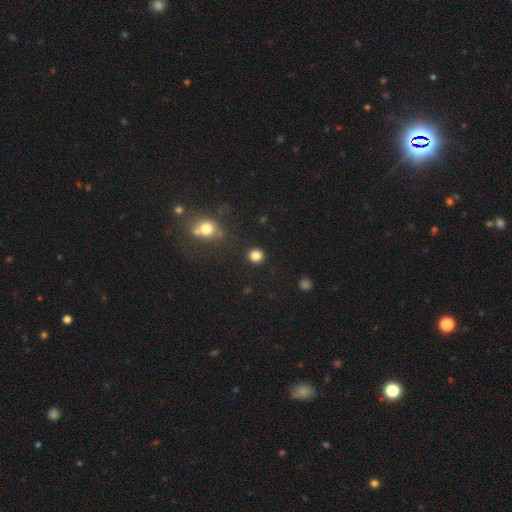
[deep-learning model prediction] This appears to be a smooth galaxy with no disk features (83%) that is round (90%). Merging: none (90%).